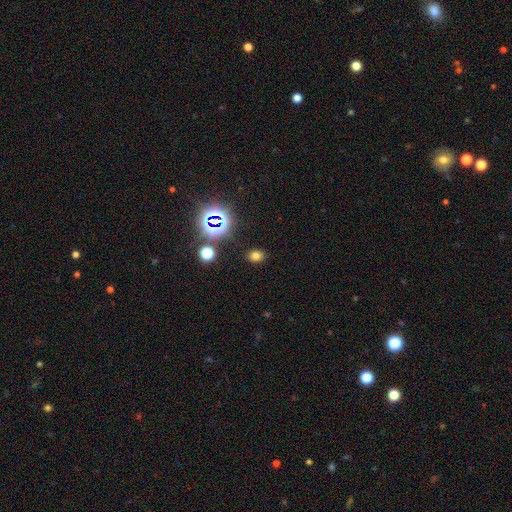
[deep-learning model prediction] Q: Smooth or featured?
A: smooth (69%); runner-up: star or artifact (25%)
Q: How rounded?
A: in between (53%); runner-up: round (46%)
Q: Merging?
A: none (87%); runner-up: minor disturbance (8%)